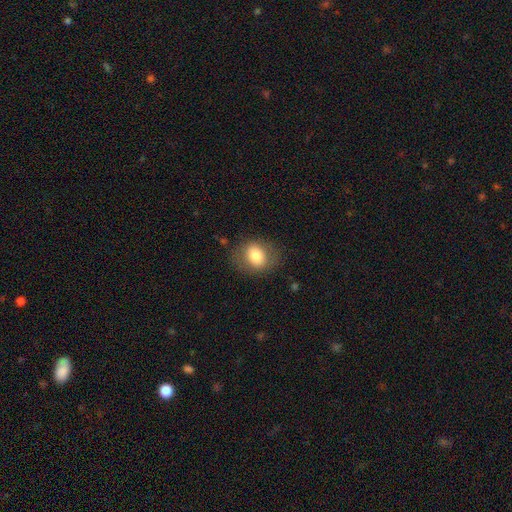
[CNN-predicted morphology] smooth-or-featured: smooth: 76% | featured or disk: 16% | star or artifact: 8%
  how-rounded: round: 51% | in between: 48% | cigar-shaped: 1%
  merging: none: 78% | minor disturbance: 14% | major disturbance: 6% | merger: 1%